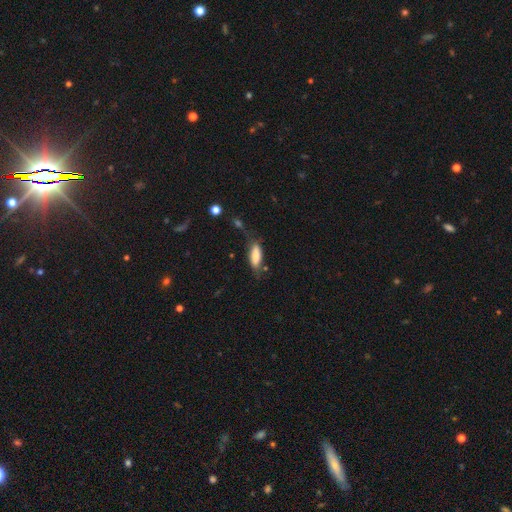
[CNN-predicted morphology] smooth 77%, featured or disk 16%, star or artifact 7%. Down the decision tree: how rounded — in between (71%); merging — none (54%).